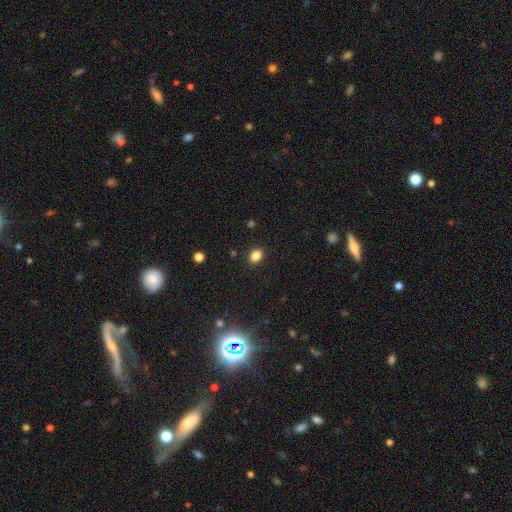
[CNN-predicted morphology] A smooth galaxy with no disk features (84%) that is in between round and cigar-shaped (66%).

Vote fractions:
- Smooth or featured? smooth: 84% / star or artifact: 11% / featured or disk: 4%
- How rounded? in between: 66% / round: 33% / cigar-shaped: 1%
- Merging? none: 89% / minor disturbance: 8% / major disturbance: 2% / merger: 1%